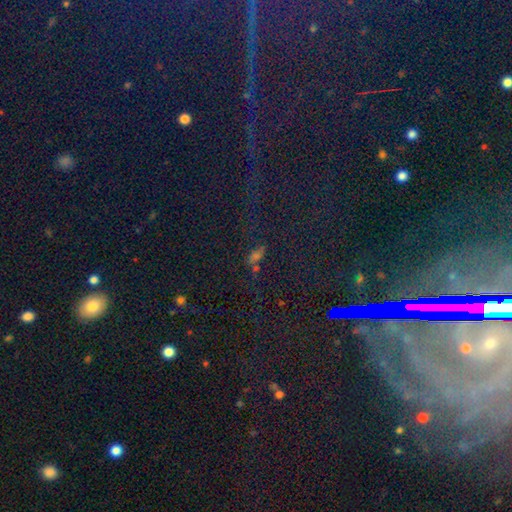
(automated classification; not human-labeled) Smooth or featured? star or artifact (45%)